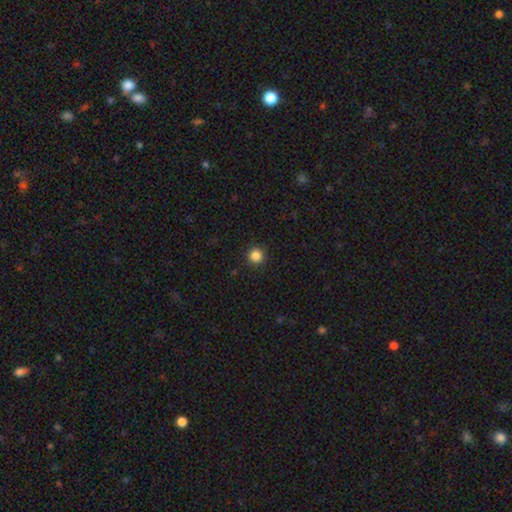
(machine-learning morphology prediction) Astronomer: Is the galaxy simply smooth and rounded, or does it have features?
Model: smooth — 85%.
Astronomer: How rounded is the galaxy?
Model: round — 95%.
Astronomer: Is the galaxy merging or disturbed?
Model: none — 92%.